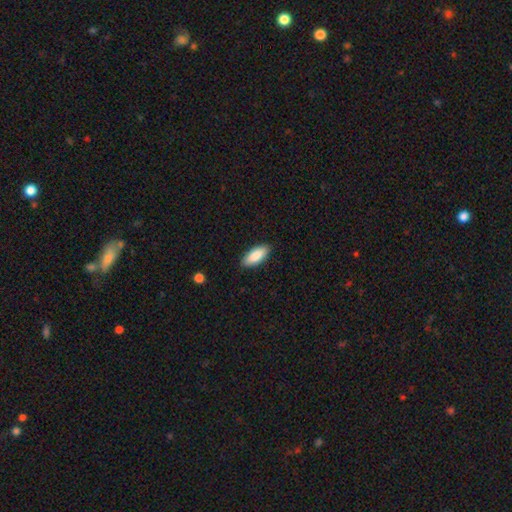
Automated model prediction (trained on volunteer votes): smooth-or-featured: smooth: 87% | featured or disk: 7% | star or artifact: 6%
  how-rounded: in between: 82% | cigar-shaped: 17% | round: 2%
  merging: none: 88% | minor disturbance: 9% | major disturbance: 2% | merger: 1%